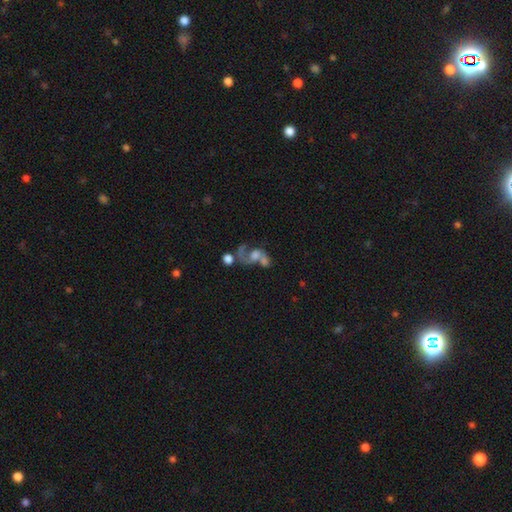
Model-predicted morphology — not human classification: Smooth or featured?
  - featured or disk: 64% *
  - smooth: 22%
  - star or artifact: 14%
Edge-on disk?
  - no: 97% *
  - yes: 3%
Bar?
  - no: 69% *
  - weak: 24%
  - strong: 6%
Spiral arms?
  - yes: 76% *
  - no: 24%
Bulge size?
  - moderate: 36% *
  - small: 21%
  - large: 20%
  - none: 19%
  - dominant: 4%
Merging?
  - merger: 48% *
  - none: 22%
  - major disturbance: 20%
  - minor disturbance: 10%